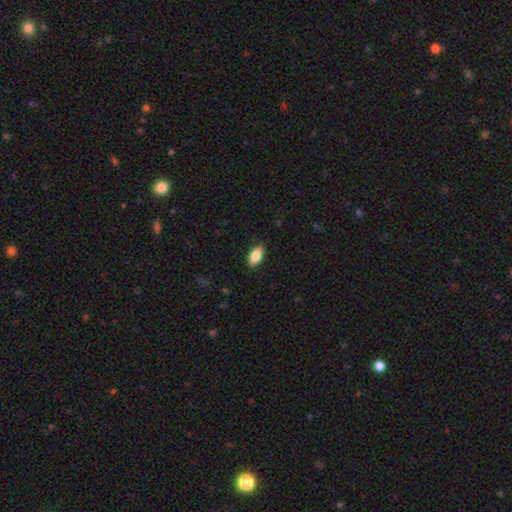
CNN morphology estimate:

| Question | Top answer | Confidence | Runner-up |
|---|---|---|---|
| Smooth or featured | smooth | 82% | featured or disk (11%) |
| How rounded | in between | 89% | cigar-shaped (7%) |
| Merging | none | 85% | minor disturbance (11%) |